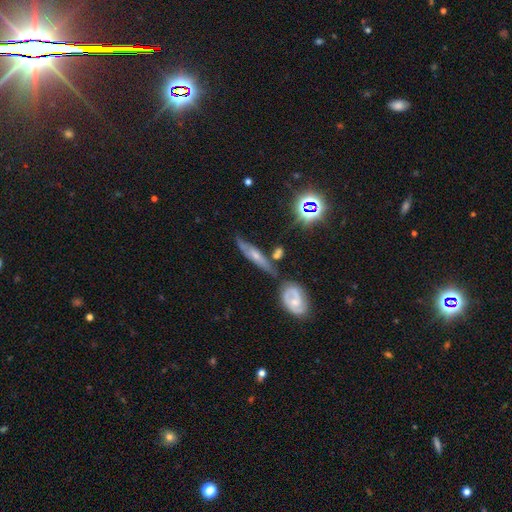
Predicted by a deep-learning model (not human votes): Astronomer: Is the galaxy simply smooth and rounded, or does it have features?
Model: featured or disk — 52% (runner-up: smooth, 35%).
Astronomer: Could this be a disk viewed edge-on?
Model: yes — 57% (runner-up: no, 43%).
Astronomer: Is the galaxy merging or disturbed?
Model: none — 57%.